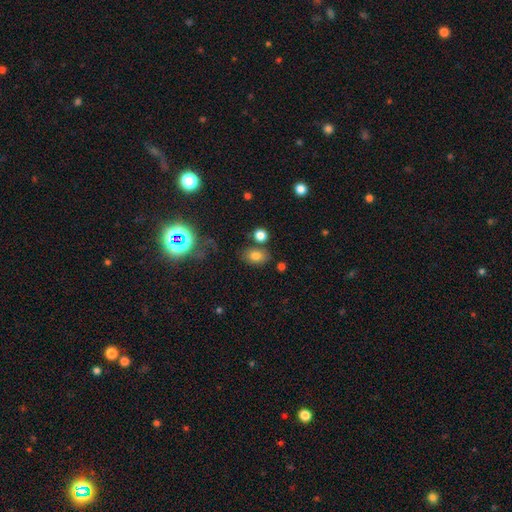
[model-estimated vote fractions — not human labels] The model was most divided on "how rounded": in between: 75%, round: 24%, cigar-shaped: 2%. More confident: smooth or featured — smooth (75%); merging — none (70%).